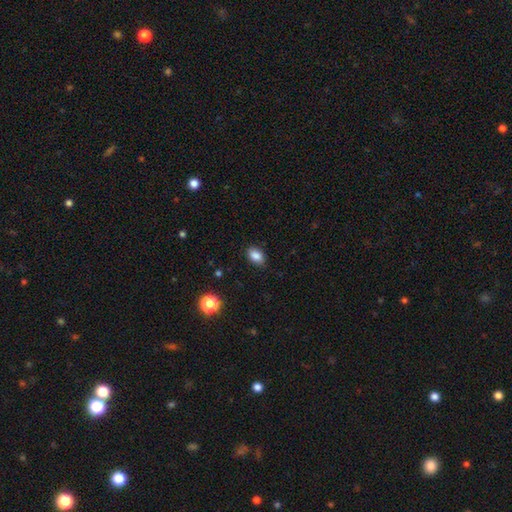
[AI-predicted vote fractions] A smooth galaxy with no disk features (86%) that is in between round and cigar-shaped (86%).

Vote fractions:
- Smooth or featured? smooth: 86% / star or artifact: 9% / featured or disk: 5%
- How rounded? in between: 86% / round: 12% / cigar-shaped: 2%
- Merging? none: 85% / minor disturbance: 11% / major disturbance: 2% / merger: 1%